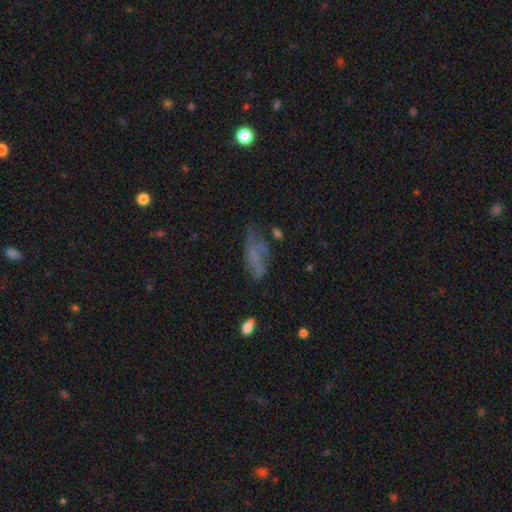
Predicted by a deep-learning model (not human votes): smooth_or_featured: smooth (p=0.48) [alt: featured or disk p=0.34]
merging: none (p=0.40) [alt: major disturbance p=0.27]